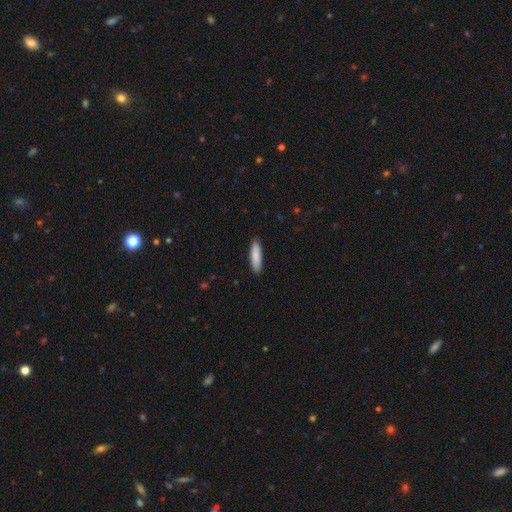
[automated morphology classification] A smooth galaxy with no disk features (87%) that is cigar-shaped (70%).

Vote fractions:
- Smooth or featured? smooth: 87% / featured or disk: 7% / star or artifact: 6%
- How rounded? cigar-shaped: 70% / in between: 29% / round: 1%
- Merging? none: 90% / minor disturbance: 8% / major disturbance: 2% / merger: 1%